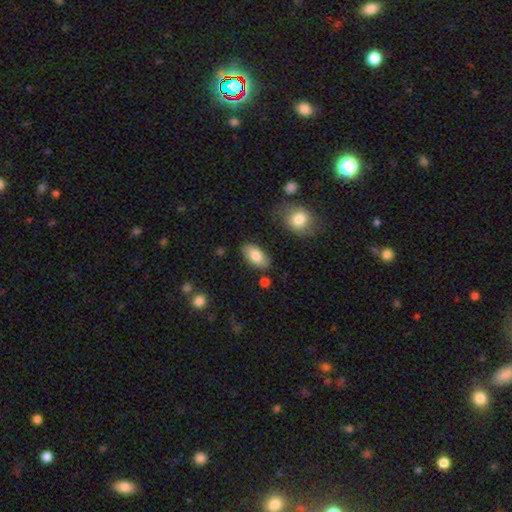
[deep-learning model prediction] Smooth or featured: smooth — 82% (featured or disk — 12%)
How rounded: in between — 94% (cigar-shaped — 3%)
Merging: none — 82% (minor disturbance — 12%)